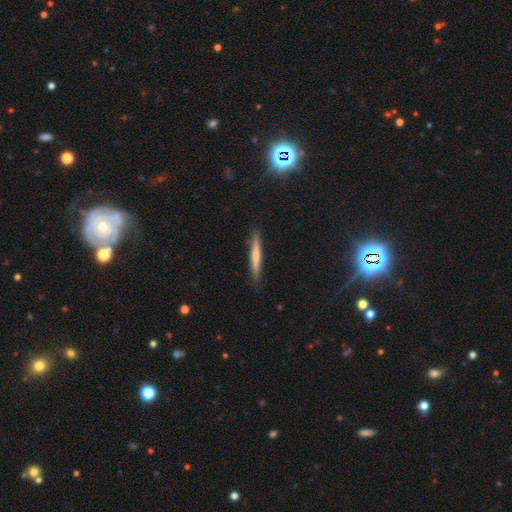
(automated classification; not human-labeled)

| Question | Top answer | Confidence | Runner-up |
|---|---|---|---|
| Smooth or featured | smooth | 63% | featured or disk (31%) |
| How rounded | cigar-shaped | 95% | in between (3%) |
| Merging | none | 89% | minor disturbance (8%) |